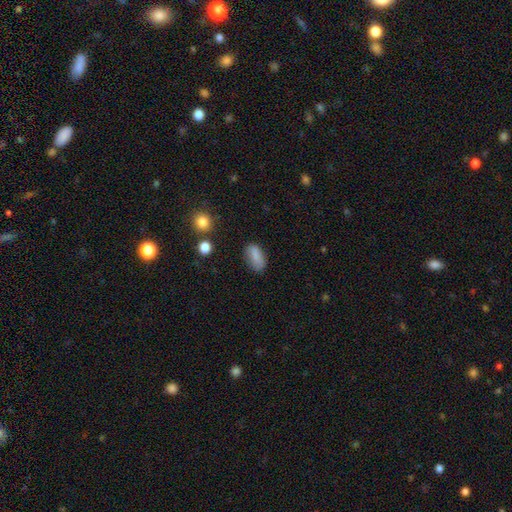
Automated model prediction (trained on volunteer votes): The model was most divided on "merging": none: 73%, minor disturbance: 19%, major disturbance: 5%, merger: 2%. More confident: how rounded — in between (89%); smooth or featured — smooth (83%).